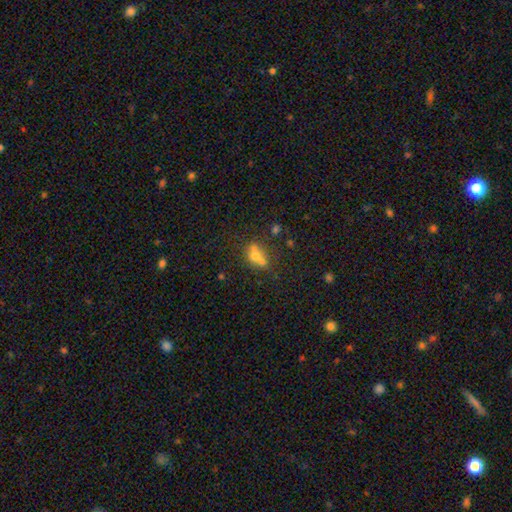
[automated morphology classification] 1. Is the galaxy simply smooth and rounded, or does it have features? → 61% smooth, 22% featured or disk, 17% star or artifact.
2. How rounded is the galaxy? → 54% round, 43% in between, 3% cigar-shaped.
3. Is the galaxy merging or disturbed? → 49% merger, 34% none, 11% minor disturbance, 6% major disturbance.